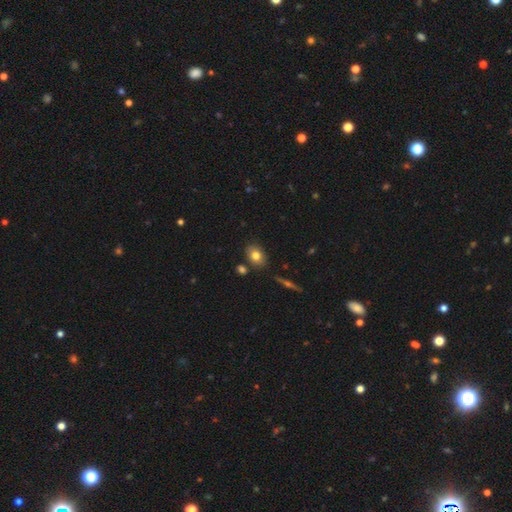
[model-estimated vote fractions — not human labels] This appears to be a smooth galaxy with no disk features (76%) that is in between round and cigar-shaped (76%). Merging: none (81%).